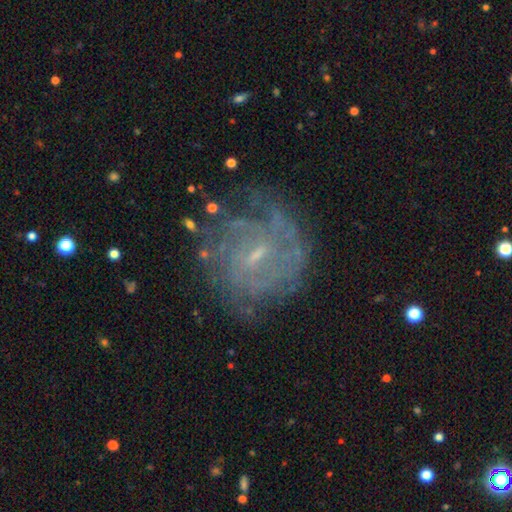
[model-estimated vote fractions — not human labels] A featured or disk galaxy (79%) with a weak bar (60%), tight (59%) spiral arms (85%) and a small central bulge (70%). Merging: none (69%).